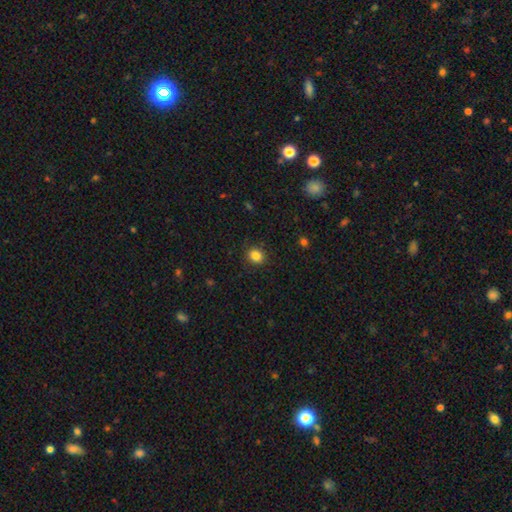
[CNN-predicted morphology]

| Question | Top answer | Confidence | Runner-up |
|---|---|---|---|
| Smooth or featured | smooth | 85% | star or artifact (11%) |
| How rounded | round | 71% | in between (28%) |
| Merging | none | 90% | minor disturbance (7%) |